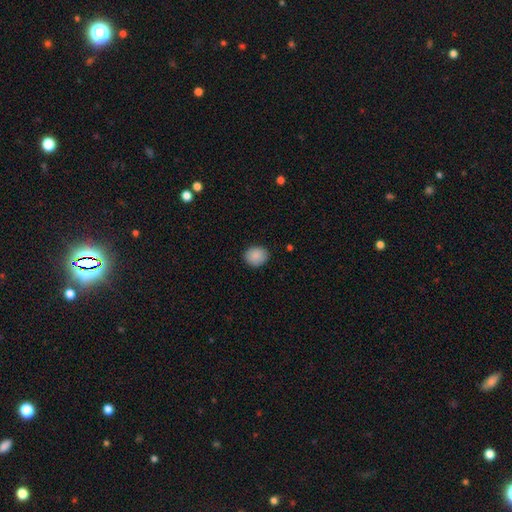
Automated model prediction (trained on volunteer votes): A smooth galaxy with no disk features (89%) that is round (69%). Merging: none (87%).